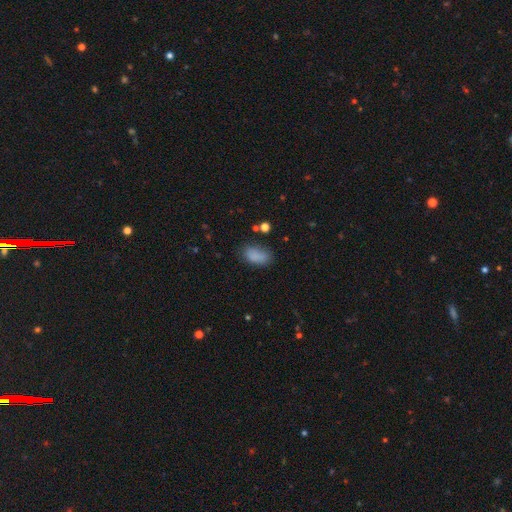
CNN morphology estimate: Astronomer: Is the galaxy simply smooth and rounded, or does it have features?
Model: smooth — 84%.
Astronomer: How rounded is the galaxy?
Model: in between — 91%.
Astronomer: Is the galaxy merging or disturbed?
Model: none — 69%.